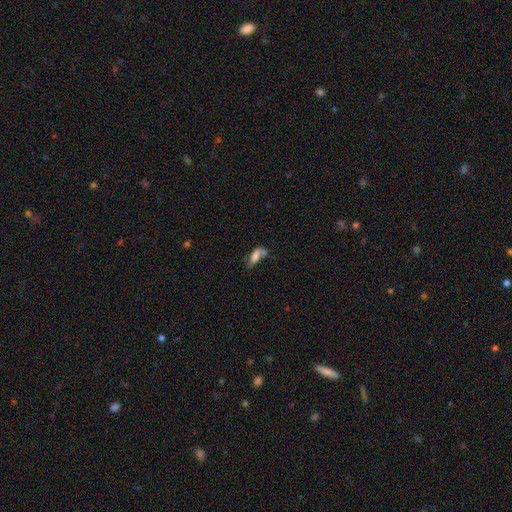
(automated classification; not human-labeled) This appears to be a smooth galaxy with no disk features (70%) that is in between round and cigar-shaped (75%). Merging: none (32%).